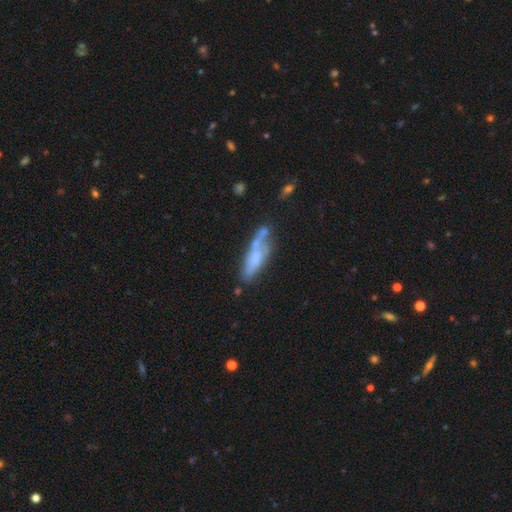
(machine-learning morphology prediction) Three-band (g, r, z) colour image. It shows a smooth galaxy with no disk features (54%) that is cigar-shaped (60%). Merging: none (48%).